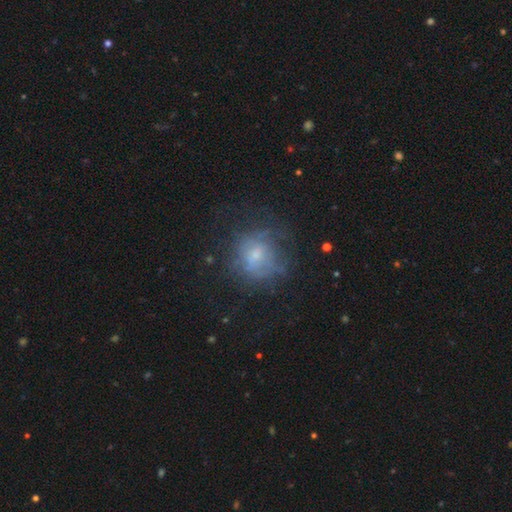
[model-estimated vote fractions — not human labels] Smooth or featured? Predicted: smooth (p=0.44). Merging? Predicted: none (p=0.56).